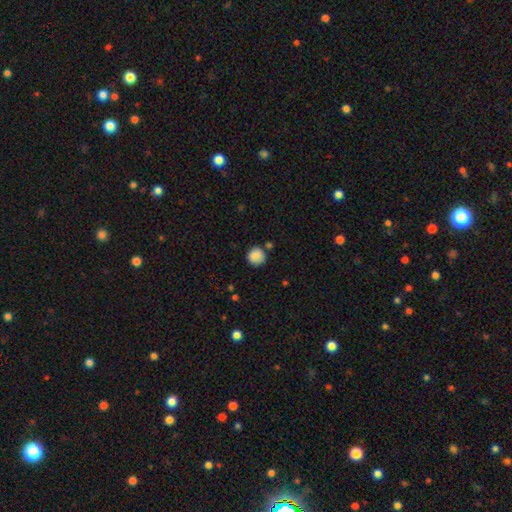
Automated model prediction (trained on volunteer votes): smooth 85%, star or artifact 8%, featured or disk 7%. Down the decision tree: how rounded — round (91%); merging — none (76%).